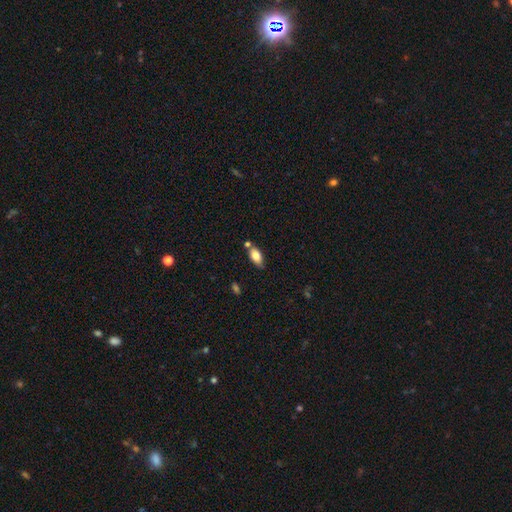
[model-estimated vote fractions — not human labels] Smooth or featured? Predicted: smooth (p=0.79). How rounded? Predicted: in between (p=0.90). Merging? Predicted: none (p=0.67).